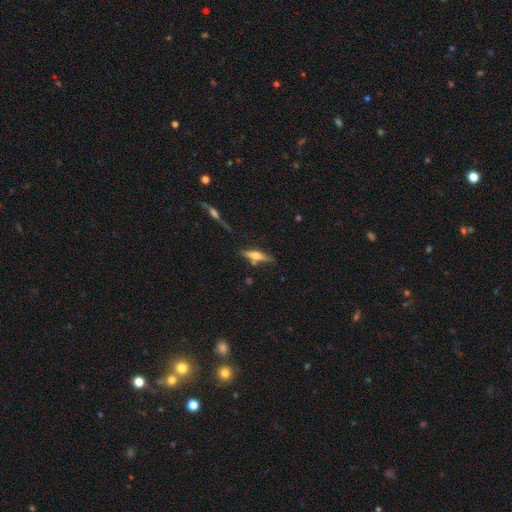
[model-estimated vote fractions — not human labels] A featured or disk galaxy (57%) viewed edge-on (94%) with a rounded central bulge (86%).

Vote fractions:
- Smooth or featured? featured or disk: 57% / smooth: 36% / star or artifact: 7%
- Edge-on disk? yes: 94% / no: 6%
- Edge-on bulge? rounded: 86% / boxy: 9% / none: 5%
- Merging? none: 71% / minor disturbance: 16% / merger: 8% / major disturbance: 5%